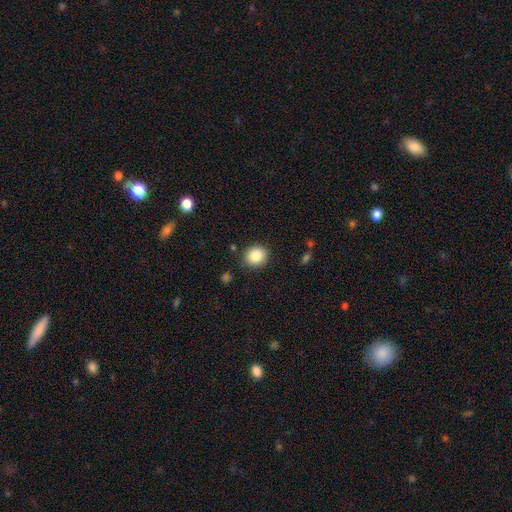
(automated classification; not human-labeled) Smooth or featured? Predicted: smooth (p=0.86). How rounded? Predicted: round (p=0.83). Merging? Predicted: none (p=0.88).